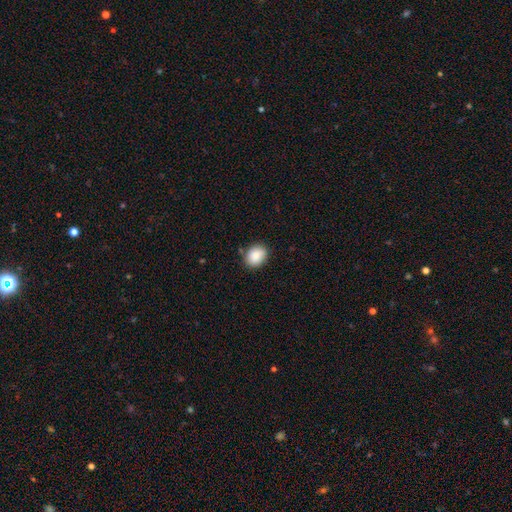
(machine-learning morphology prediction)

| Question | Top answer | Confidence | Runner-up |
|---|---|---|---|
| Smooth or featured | smooth | 88% | star or artifact (7%) |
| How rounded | in between | 50% | round (49%) |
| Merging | none | 83% | minor disturbance (12%) |